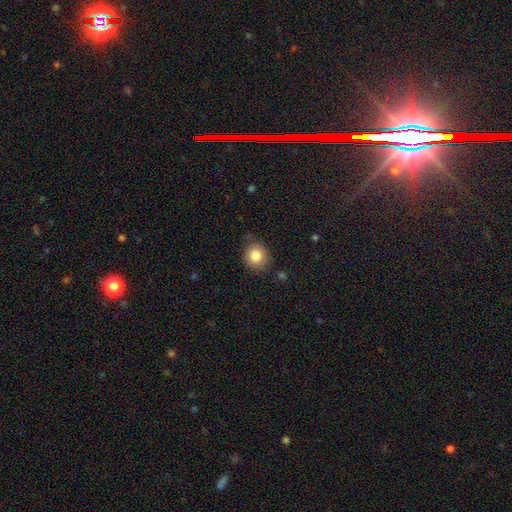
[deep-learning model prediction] Smooth or featured? Predicted: smooth (p=0.84). How rounded? Predicted: round (p=0.87). Merging? Predicted: none (p=0.83).